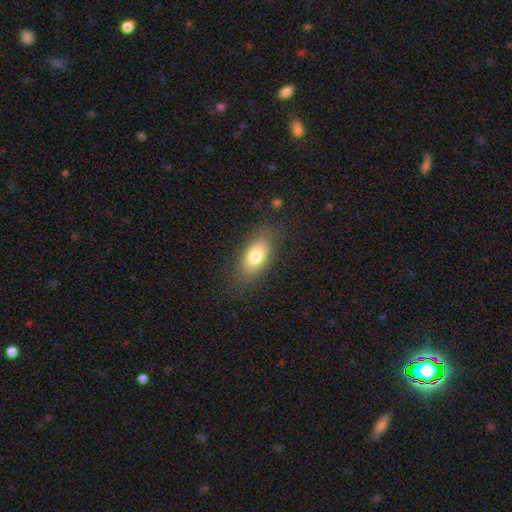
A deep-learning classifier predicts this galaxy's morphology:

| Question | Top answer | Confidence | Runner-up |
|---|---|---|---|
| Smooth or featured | smooth | 77% | featured or disk (15%) |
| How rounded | in between | 87% | cigar-shaped (7%) |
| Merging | none | 81% | minor disturbance (13%) |